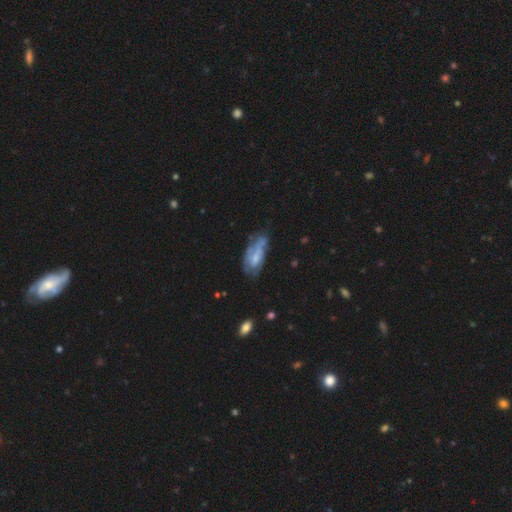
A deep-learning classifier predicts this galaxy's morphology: A featured or disk galaxy (51%).

Vote fractions:
- Smooth or featured? featured or disk: 51% / smooth: 41% / star or artifact: 8%
- Edge-on disk? no: 89% / yes: 11%
- Merging? none: 39% / minor disturbance: 32% / major disturbance: 21% / merger: 8%